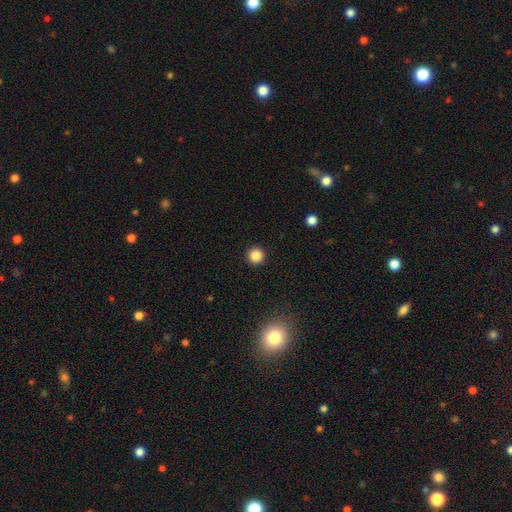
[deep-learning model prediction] Smooth or featured? Predicted: smooth (p=0.85). How rounded? Predicted: round (p=0.96). Merging? Predicted: none (p=0.93).